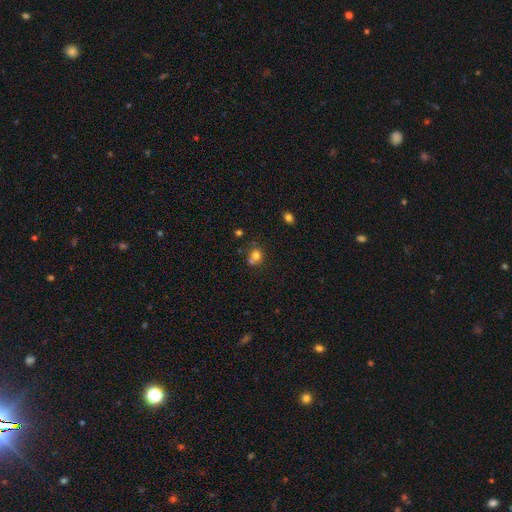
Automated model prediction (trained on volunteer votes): A smooth galaxy with no disk features (74%) that is round (79%). Merging: none (47%).